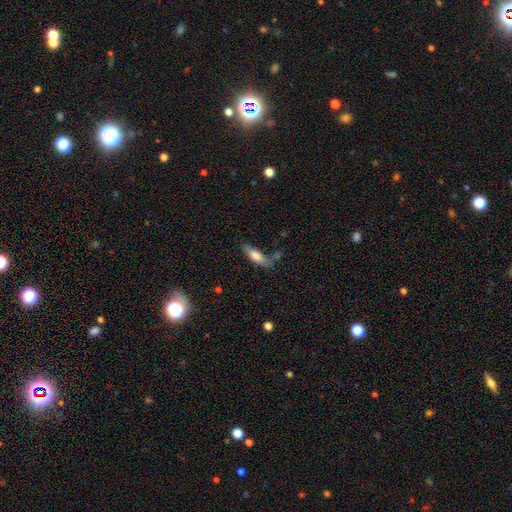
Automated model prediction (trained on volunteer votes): Overall: smooth (68%). How rounded: cigar-shaped (54%; in between 44%). Merging: none (60%; minor disturbance 22%).